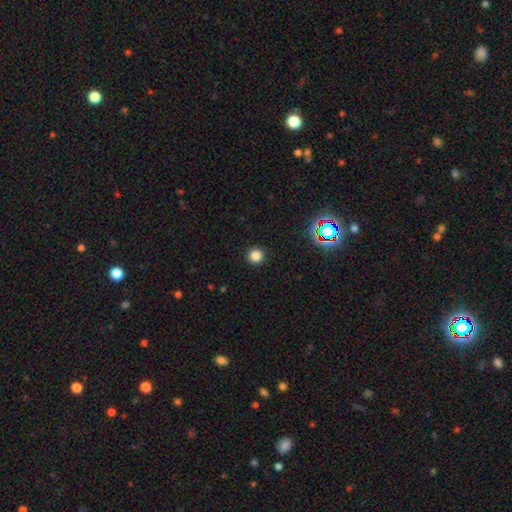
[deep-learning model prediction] Smooth or featured: smooth — 82% (star or artifact — 14%)
How rounded: round — 96% (in between — 3%)
Merging: none — 93% (minor disturbance — 5%)